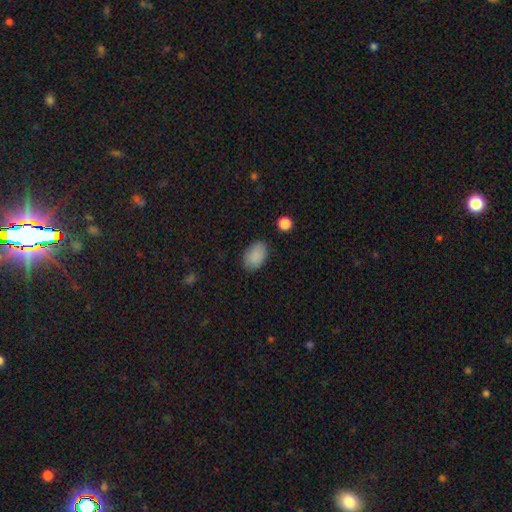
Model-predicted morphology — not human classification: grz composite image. It shows a smooth galaxy with no disk features (88%) that is in between round and cigar-shaped (87%). Merging: none (83%).